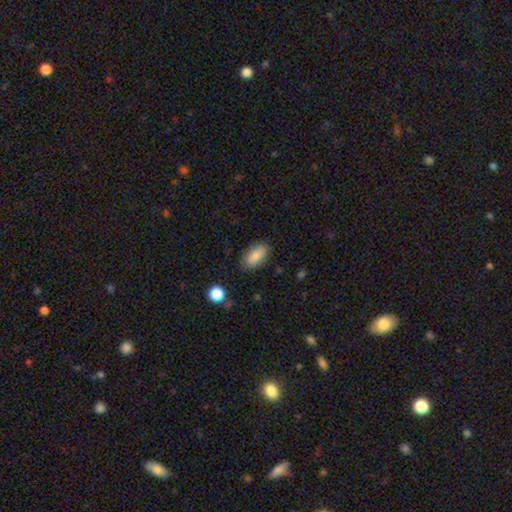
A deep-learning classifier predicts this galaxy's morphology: Q: Smooth or featured?
A: smooth (85%); runner-up: featured or disk (8%)
Q: How rounded?
A: in between (91%); runner-up: cigar-shaped (5%)
Q: Merging?
A: none (83%); runner-up: minor disturbance (12%)